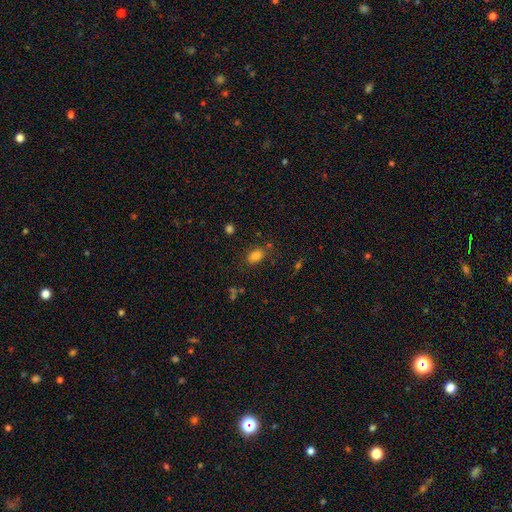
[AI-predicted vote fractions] smooth_or_featured: smooth (p=0.81) [alt: star or artifact p=0.12]
how_rounded: in between (p=0.81) [alt: round p=0.17]
merging: none (p=0.76) [alt: minor disturbance p=0.14]